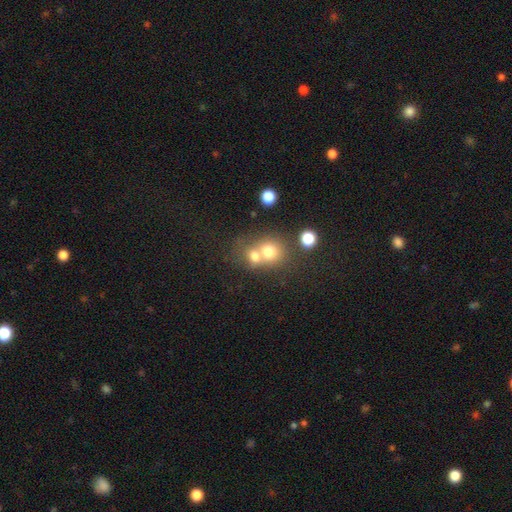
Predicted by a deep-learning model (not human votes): smooth 58%, star or artifact 23%, featured or disk 19%. Down the decision tree: how rounded — round (77%); merging — merger (54%).